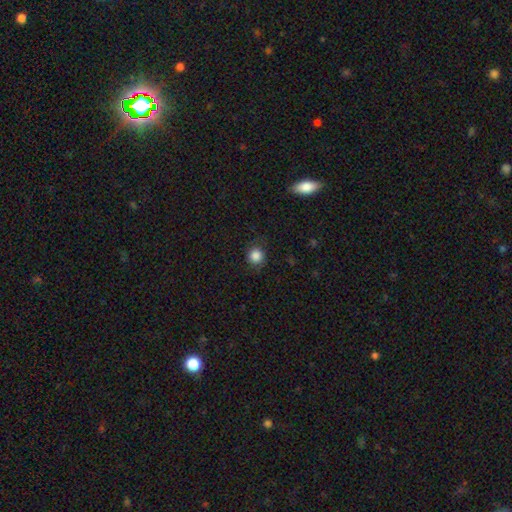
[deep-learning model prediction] Smooth or featured? smooth (86%)
How rounded? round (91%)
Merging? none (83%)